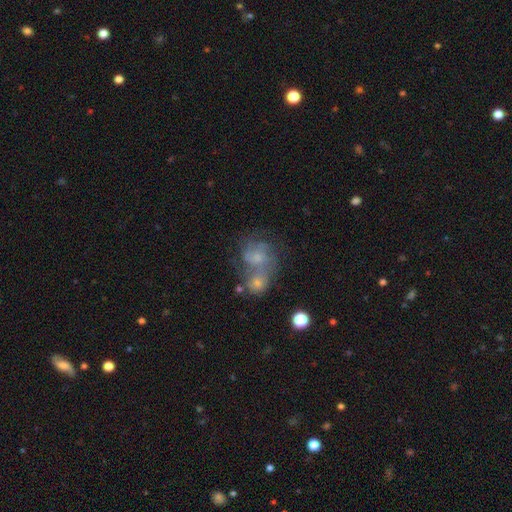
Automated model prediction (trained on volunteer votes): Morphology: type=featured or disk (56%); edge-on=no (98%); bar=no (77%); spiral arms=yes (73%); bulge=small (49%); merging=merger (53%).